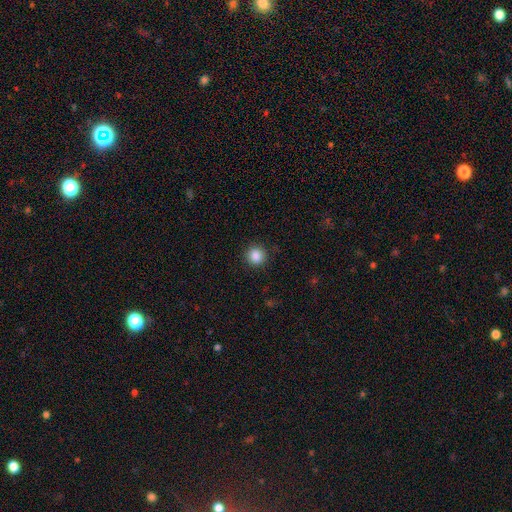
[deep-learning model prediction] Smooth or featured?
  - smooth: 87% *
  - star or artifact: 10%
  - featured or disk: 3%
How rounded?
  - round: 91% *
  - in between: 8%
  - cigar-shaped: 1%
Merging?
  - none: 90% *
  - minor disturbance: 6%
  - major disturbance: 2%
  - merger: 1%